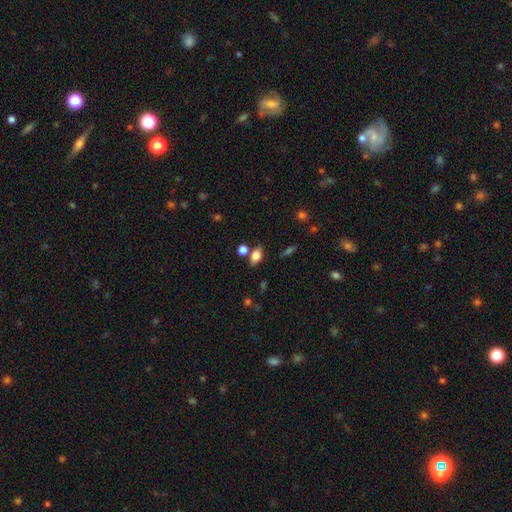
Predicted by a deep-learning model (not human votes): Smooth or featured? smooth (80%)
How rounded? in between (82%)
Merging? none (69%)